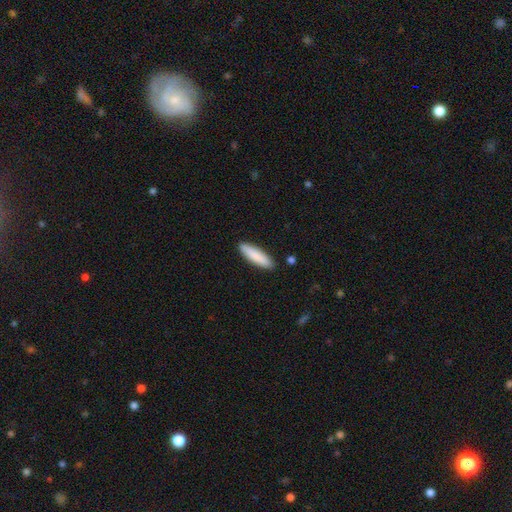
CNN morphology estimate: Smooth or featured: smooth — 86% (featured or disk — 9%)
How rounded: cigar-shaped — 68% (in between — 31%)
Merging: none — 89% (minor disturbance — 8%)